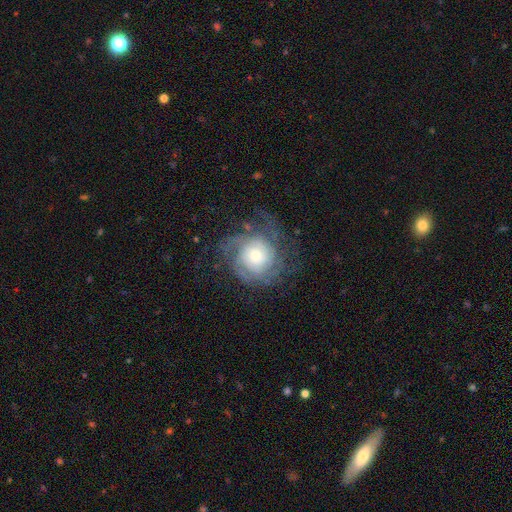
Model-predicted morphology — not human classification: This appears to be a featured or disk galaxy (79%) with no bar (78%), tight (60%) spiral arms (93%) and a moderate central bulge (44%). Merging: none (64%).